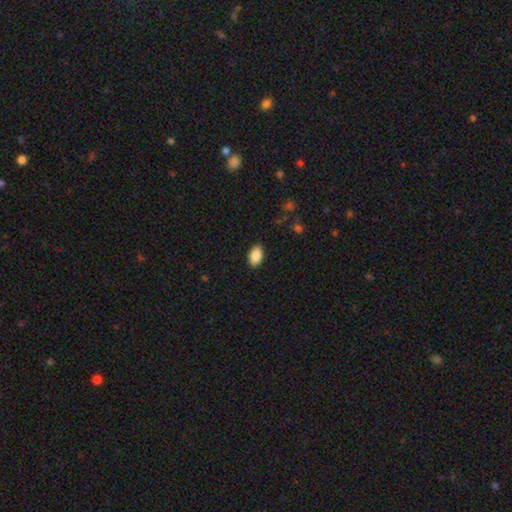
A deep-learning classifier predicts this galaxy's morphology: type=smooth (87%); roundness=in between (93%); merging=none (89%).